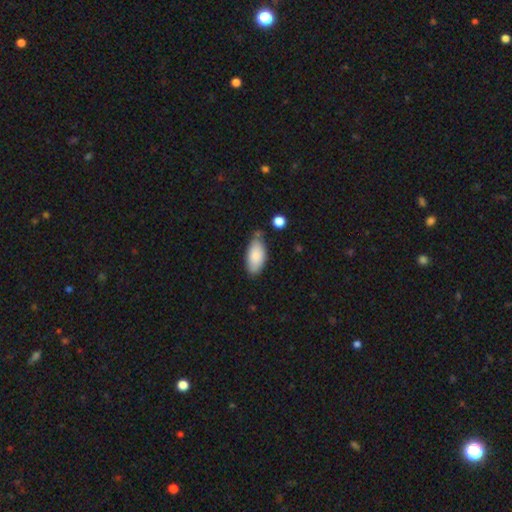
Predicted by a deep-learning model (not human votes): Morphology: type=smooth (85%); roundness=in between (92%); merging=none (64%).